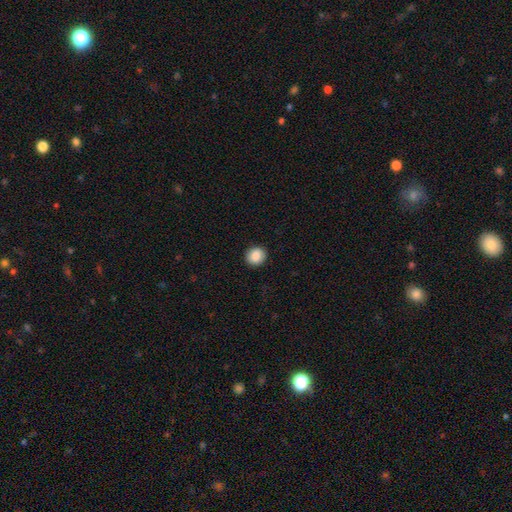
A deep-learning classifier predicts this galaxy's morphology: type=smooth (87%); roundness=round (85%); merging=none (91%).